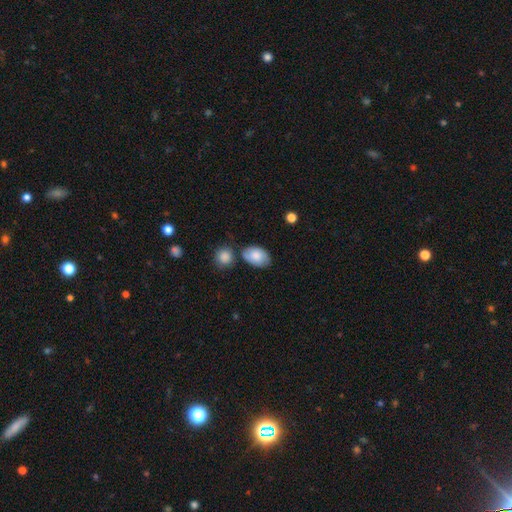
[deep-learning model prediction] smooth-or-featured: smooth: 80% | featured or disk: 13% | star or artifact: 7%
  how-rounded: in between: 87% | round: 12% | cigar-shaped: 1%
  merging: none: 61% | minor disturbance: 21% | merger: 13% | major disturbance: 5%